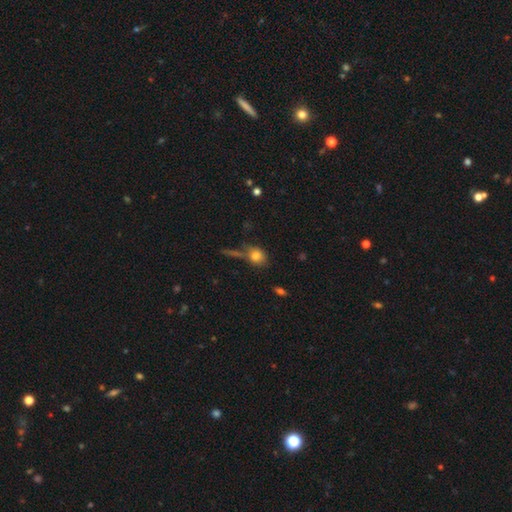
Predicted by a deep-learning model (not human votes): Q: Smooth or featured?
A: smooth (79%); runner-up: featured or disk (11%)
Q: How rounded?
A: round (56%); runner-up: in between (41%)
Q: Merging?
A: none (58%); runner-up: minor disturbance (18%)